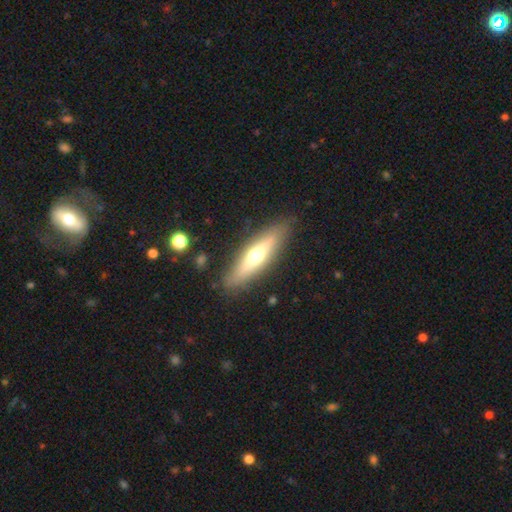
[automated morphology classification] A featured or disk galaxy (50%).

Vote fractions:
- Smooth or featured? featured or disk: 50% / smooth: 44% / star or artifact: 6%
- Merging? none: 86% / minor disturbance: 9% / major disturbance: 3% / merger: 2%